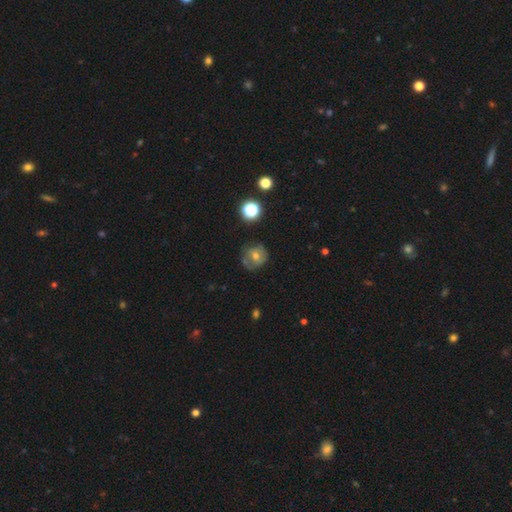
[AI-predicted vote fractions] smooth-or-featured: smooth: 47% | featured or disk: 40% | star or artifact: 13%
  merging: none: 69% | minor disturbance: 20% | major disturbance: 8% | merger: 3%